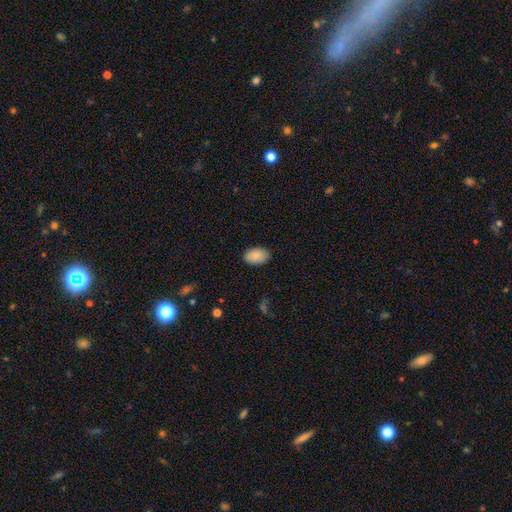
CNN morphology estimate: Smooth or featured? smooth (88%)
How rounded? in between (92%)
Merging? none (86%)